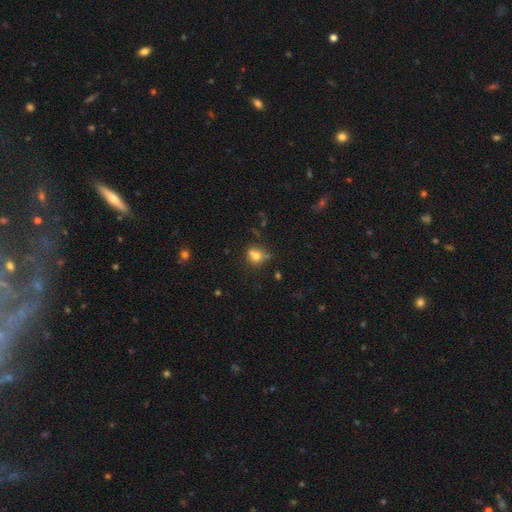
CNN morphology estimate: smooth_or_featured: smooth (p=0.67) [alt: featured or disk p=0.18]
how_rounded: round (p=0.66) [alt: in between p=0.32]
merging: none (p=0.50) [alt: minor disturbance p=0.22]